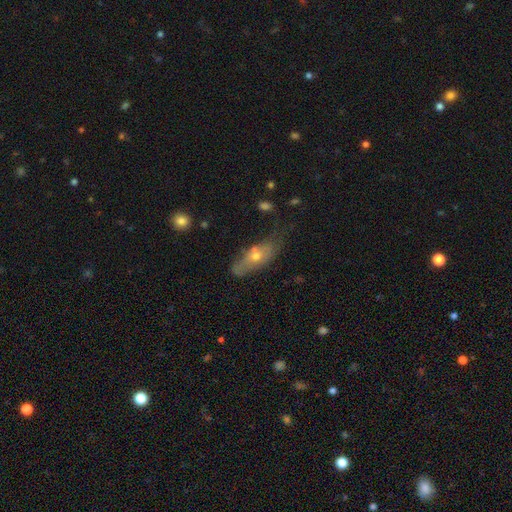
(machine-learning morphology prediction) Overall: featured or disk (47%; smooth 45%). Merging: none (55%; minor disturbance 30%).